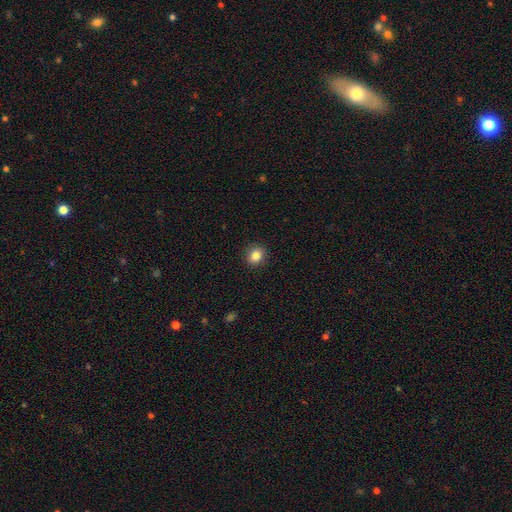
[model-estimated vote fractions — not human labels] This is clearly a smooth galaxy (85%). How rounded: likely round (78%). Merging: clearly none (91%).